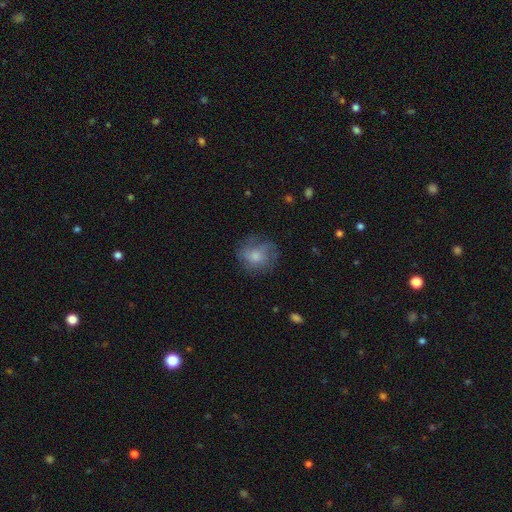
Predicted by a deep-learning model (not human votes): Q: Smooth or featured?
A: smooth (57%); runner-up: featured or disk (34%)
Q: How rounded?
A: round (73%); runner-up: in between (26%)
Q: Merging?
A: none (61%); runner-up: minor disturbance (22%)